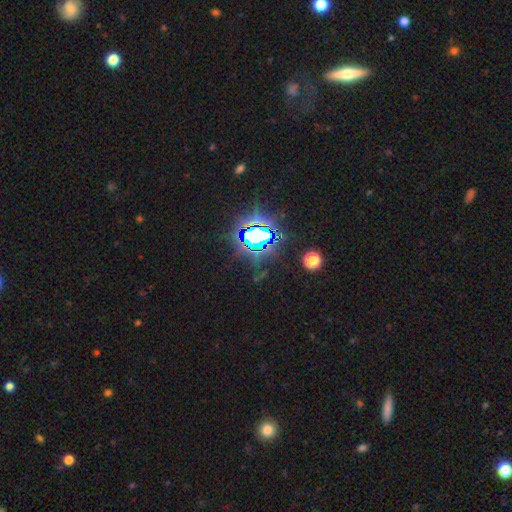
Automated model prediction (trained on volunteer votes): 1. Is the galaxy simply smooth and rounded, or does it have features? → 78% star or artifact, 13% smooth, 9% featured or disk.